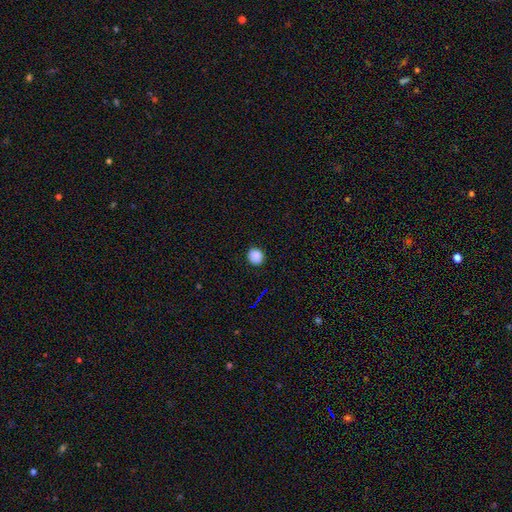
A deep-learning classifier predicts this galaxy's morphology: smooth 86%, star or artifact 11%, featured or disk 4%. Down the decision tree: how rounded — round (84%); merging — none (88%).